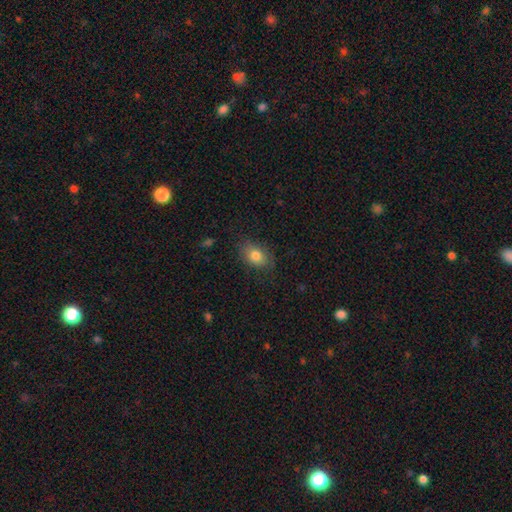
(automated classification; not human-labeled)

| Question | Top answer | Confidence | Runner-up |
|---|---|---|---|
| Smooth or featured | smooth | 80% | featured or disk (11%) |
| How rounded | in between | 76% | round (23%) |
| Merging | none | 78% | minor disturbance (16%) |